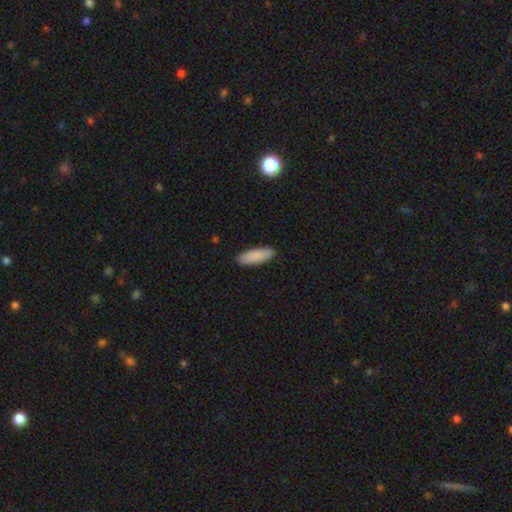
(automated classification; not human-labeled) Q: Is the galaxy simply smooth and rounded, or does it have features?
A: smooth — 88%.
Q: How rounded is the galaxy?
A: in between — 54%.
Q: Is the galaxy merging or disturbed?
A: none — 90%.